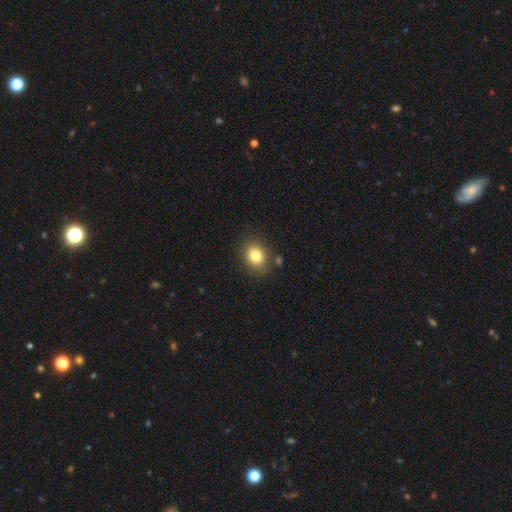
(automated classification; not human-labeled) smooth-or-featured: smooth: 82% | star or artifact: 10% | featured or disk: 8%
  how-rounded: round: 51% | in between: 48% | cigar-shaped: 1%
  merging: none: 82% | minor disturbance: 11% | merger: 4% | major disturbance: 3%